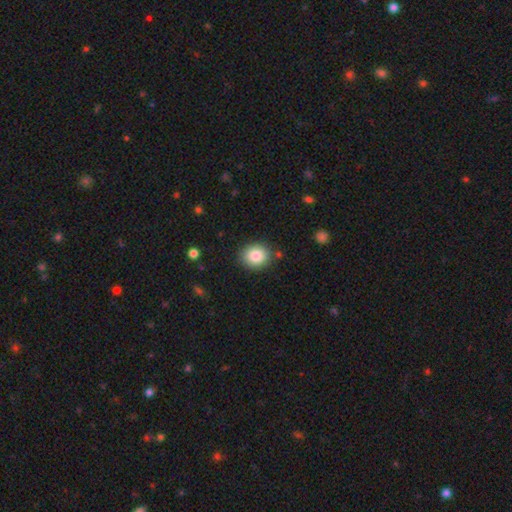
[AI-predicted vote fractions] Smooth or featured? Predicted: smooth (p=0.84). How rounded? Predicted: round (p=0.70). Merging? Predicted: none (p=0.86).